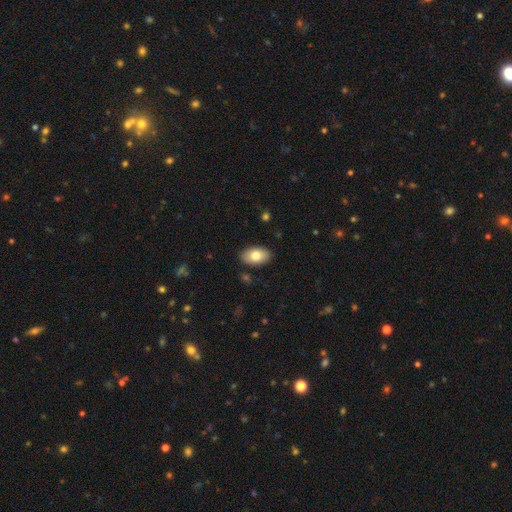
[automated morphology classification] Smooth or featured? smooth (78%)
How rounded? in between (94%)
Merging? none (87%)